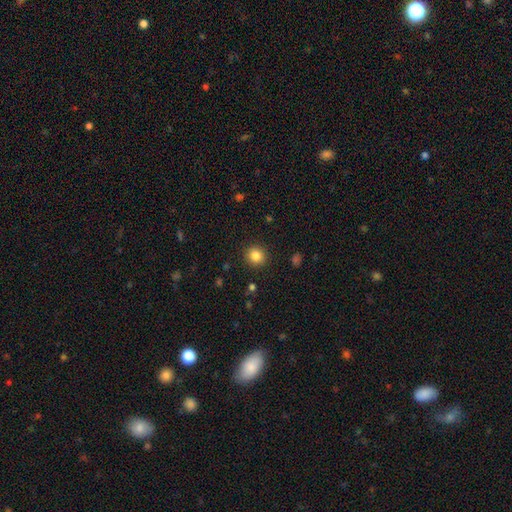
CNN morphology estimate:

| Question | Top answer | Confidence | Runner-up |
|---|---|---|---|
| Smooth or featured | smooth | 85% | star or artifact (11%) |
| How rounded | round | 91% | in between (8%) |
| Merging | none | 91% | minor disturbance (6%) |